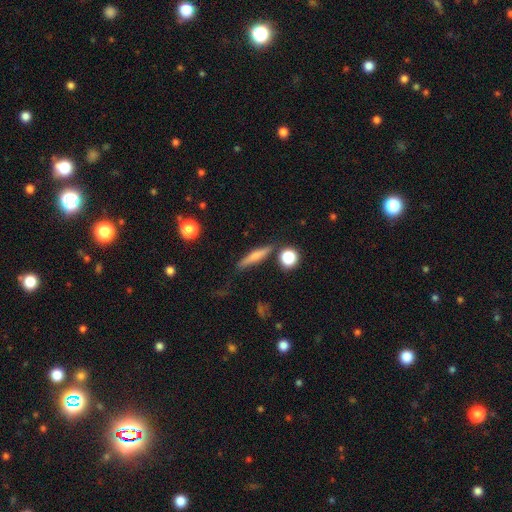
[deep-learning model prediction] Q: Smooth or featured?
A: smooth (56%); runner-up: featured or disk (35%)
Q: How rounded?
A: cigar-shaped (81%); runner-up: in between (14%)
Q: Merging?
A: none (79%); runner-up: minor disturbance (13%)